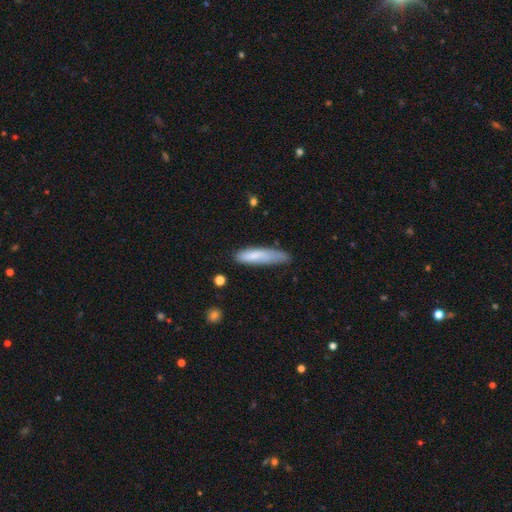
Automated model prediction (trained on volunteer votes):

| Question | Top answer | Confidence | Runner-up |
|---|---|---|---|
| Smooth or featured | smooth | 77% | featured or disk (17%) |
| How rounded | cigar-shaped | 77% | in between (21%) |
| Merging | none | 55% | minor disturbance (32%) |